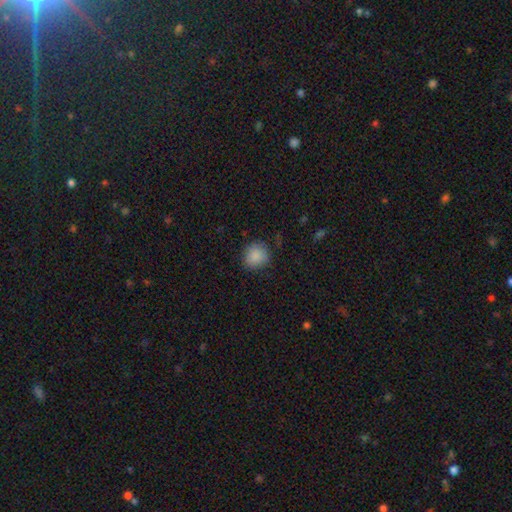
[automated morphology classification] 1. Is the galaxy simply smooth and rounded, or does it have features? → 87% smooth, 9% star or artifact, 4% featured or disk.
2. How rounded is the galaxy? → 84% round, 15% in between, 1% cigar-shaped.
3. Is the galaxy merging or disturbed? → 83% none, 13% minor disturbance, 3% major disturbance, 1% merger.